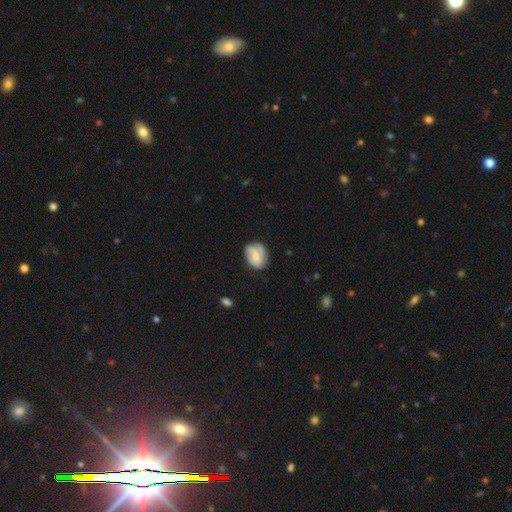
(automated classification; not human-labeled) Smooth or featured?
  - smooth: 55% *
  - featured or disk: 37%
  - star or artifact: 7%
How rounded?
  - in between: 60% *
  - round: 39%
  - cigar-shaped: 1%
Merging?
  - none: 56% *
  - minor disturbance: 29%
  - major disturbance: 10%
  - merger: 4%